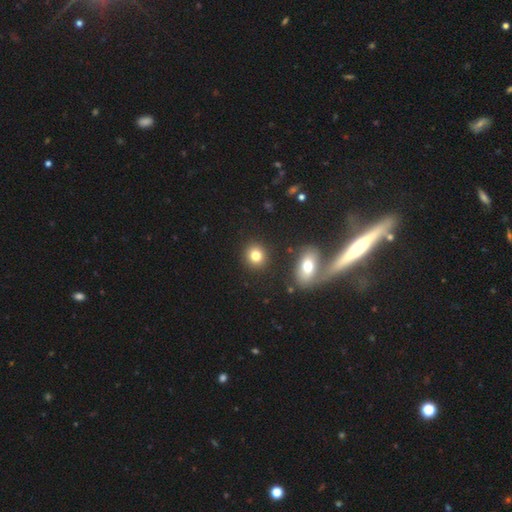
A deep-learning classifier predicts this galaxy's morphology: type=smooth (81%); roundness=round (82%); merging=none (87%).